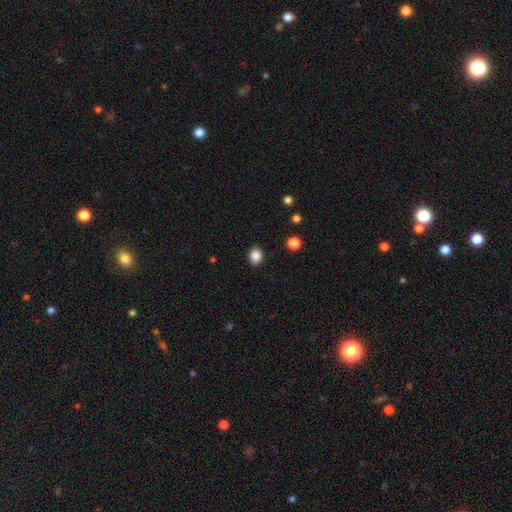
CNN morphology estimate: The model was most divided on "how rounded": round: 55%, in between: 44%, cigar-shaped: 1%. More confident: merging — none (90%); smooth or featured — smooth (87%).